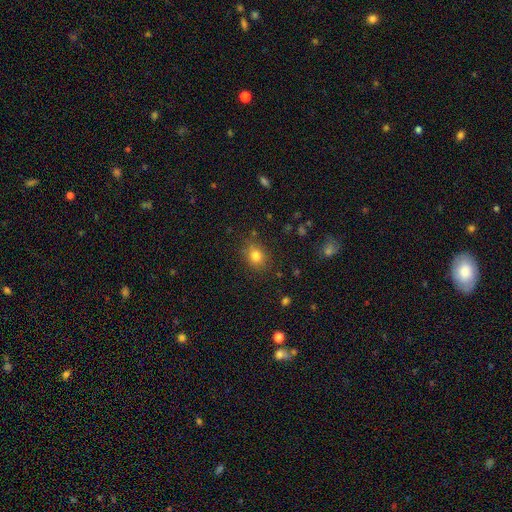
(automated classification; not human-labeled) This is clearly a smooth galaxy (80%). How rounded: possibly round (58%). Merging: clearly none (83%).